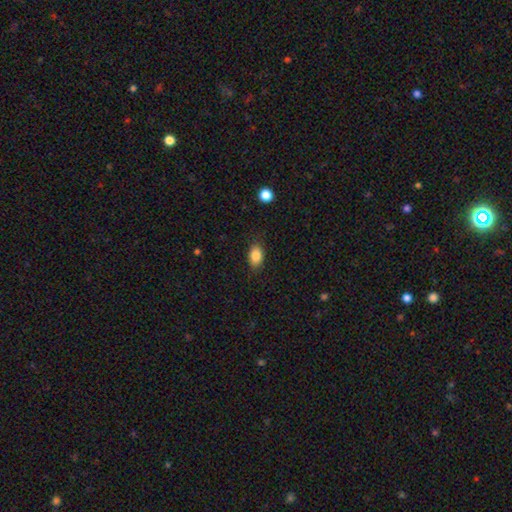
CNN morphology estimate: The model was most divided on "merging": none: 84%, minor disturbance: 12%, major disturbance: 3%, merger: 1%. More confident: smooth or featured — smooth (86%); how rounded — in between (86%).